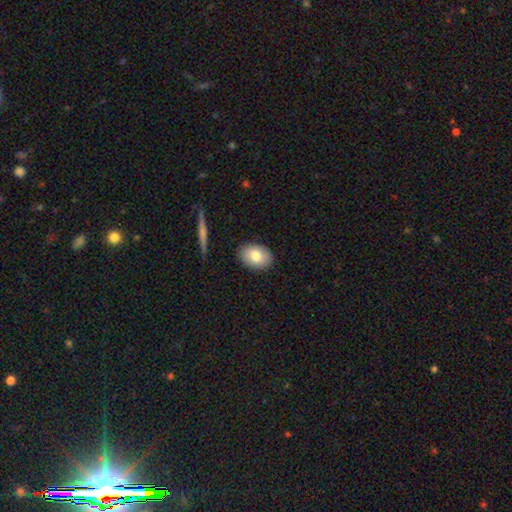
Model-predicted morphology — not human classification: Smooth or featured? smooth (79%)
How rounded? in between (80%)
Merging? none (88%)